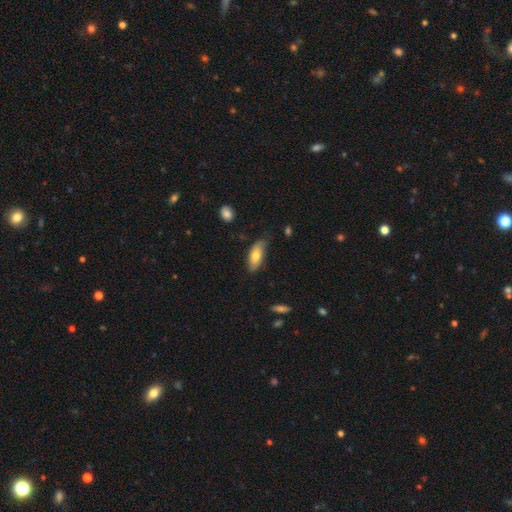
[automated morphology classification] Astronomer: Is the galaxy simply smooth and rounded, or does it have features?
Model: smooth — 71%.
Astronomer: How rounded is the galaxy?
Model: in between — 80%.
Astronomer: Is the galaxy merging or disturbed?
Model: none — 70%.